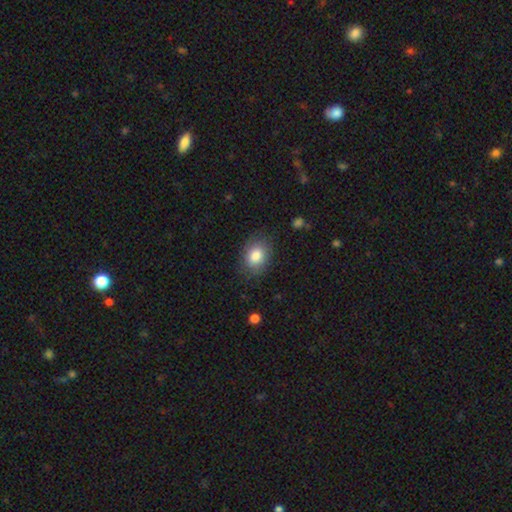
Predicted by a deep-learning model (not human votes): smooth_or_featured: smooth (p=0.84) [alt: featured or disk p=0.09]
how_rounded: in between (p=0.69) [alt: round p=0.30]
merging: none (p=0.80) [alt: minor disturbance p=0.14]